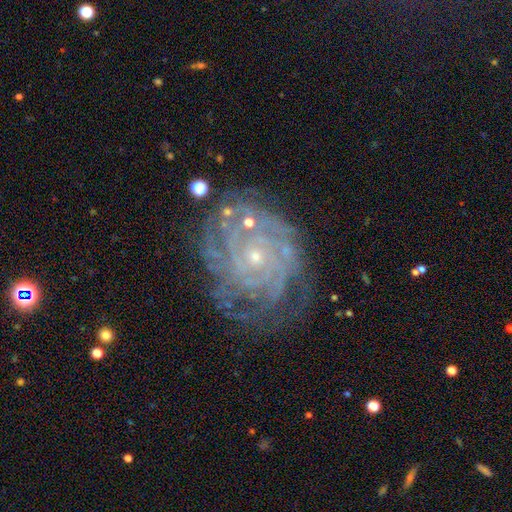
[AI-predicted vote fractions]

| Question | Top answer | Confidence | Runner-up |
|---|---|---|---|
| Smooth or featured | featured or disk | 87% | star or artifact (8%) |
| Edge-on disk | no | 97% | yes (3%) |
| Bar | no | 78% | weak (16%) |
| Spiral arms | yes | 96% | no (4%) |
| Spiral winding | tight | 81% | medium (16%) |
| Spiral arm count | can't tell | 31% | 4 (19%) |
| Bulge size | small | 81% | moderate (16%) |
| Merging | none | 71% | minor disturbance (18%) |